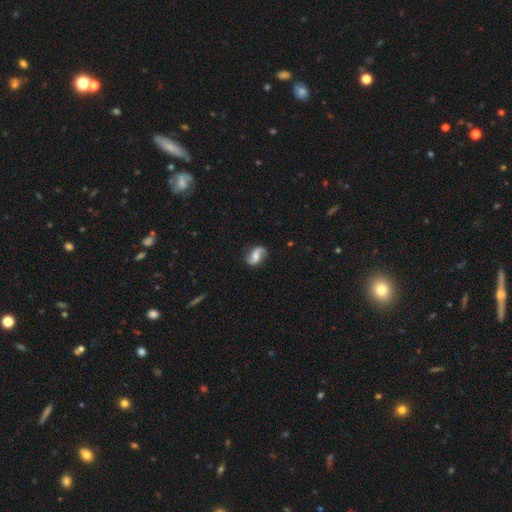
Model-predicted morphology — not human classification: smooth-or-featured: featured or disk: 75% | smooth: 18% | star or artifact: 6%
  disk-edge-on: no: 97% | yes: 3%
    bar: no: 48% | weak: 40% | strong: 13%
    has-spiral-arms: yes: 95% | no: 5%
      spiral-winding: loose: 62% | medium: 28% | tight: 10%
      spiral-arm-count: 2: 92% | can't tell: 3% | 1: 3% | 3: 1% | 4: 1% | more than 4: 1%
    bulge-size: moderate: 53% | small: 33% | none: 7% | large: 6% | dominant: 1%
  merging: none: 81% | minor disturbance: 14% | major disturbance: 4% | merger: 1%